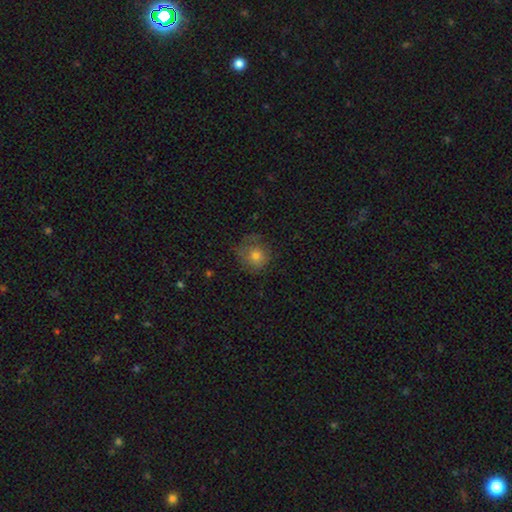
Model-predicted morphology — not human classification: type=smooth (73%); roundness=round (86%); merging=none (63%).